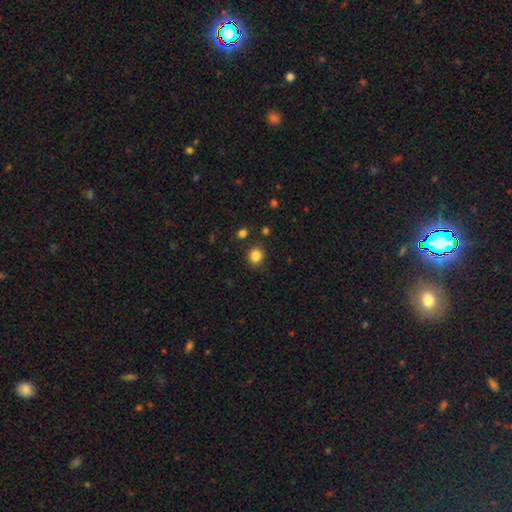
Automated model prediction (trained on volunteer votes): Q: Smooth or featured?
A: smooth (85%); runner-up: star or artifact (11%)
Q: How rounded?
A: round (80%); runner-up: in between (19%)
Q: Merging?
A: none (88%); runner-up: minor disturbance (7%)